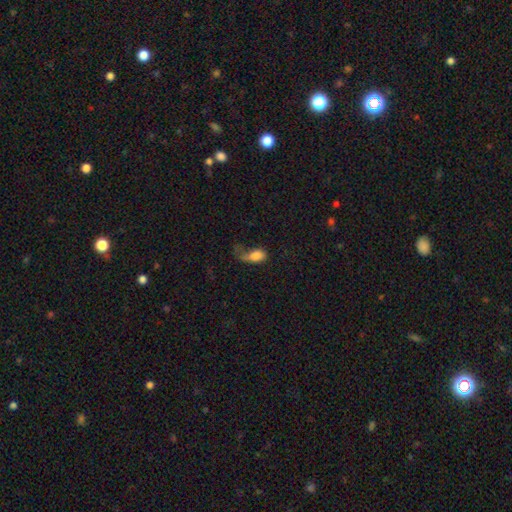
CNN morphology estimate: smooth 77%, featured or disk 13%, star or artifact 10%. Down the decision tree: how rounded — in between (88%); merging — major disturbance (52%).